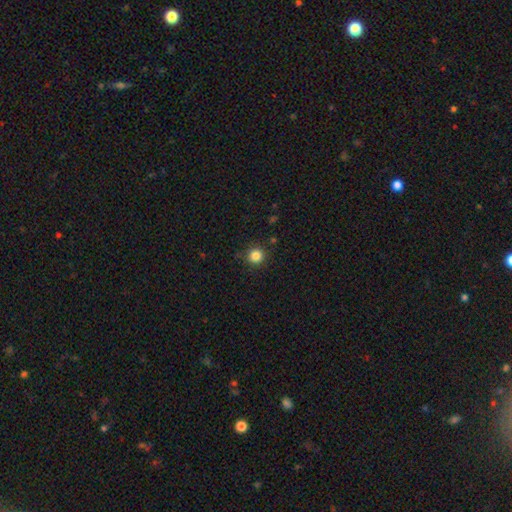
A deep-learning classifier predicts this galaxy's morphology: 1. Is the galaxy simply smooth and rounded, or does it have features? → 84% smooth, 11% star or artifact, 4% featured or disk.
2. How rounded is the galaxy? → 94% round, 6% in between, 1% cigar-shaped.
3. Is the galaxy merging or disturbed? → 89% none, 7% minor disturbance, 2% major disturbance, 2% merger.